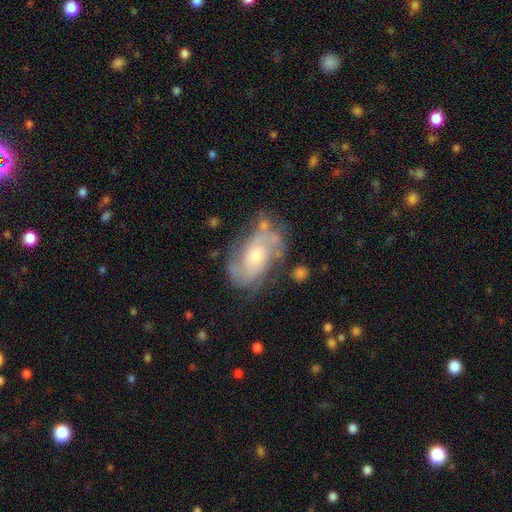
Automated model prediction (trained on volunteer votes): Smooth or featured? featured or disk (81%)
Edge-on disk? no (96%)
Bar? no (67%)
Spiral arms? yes (92%)
Spiral winding? medium (44%)
Spiral arm count? 2 (59%)
Bulge size? moderate (52%)
Merging? none (64%)